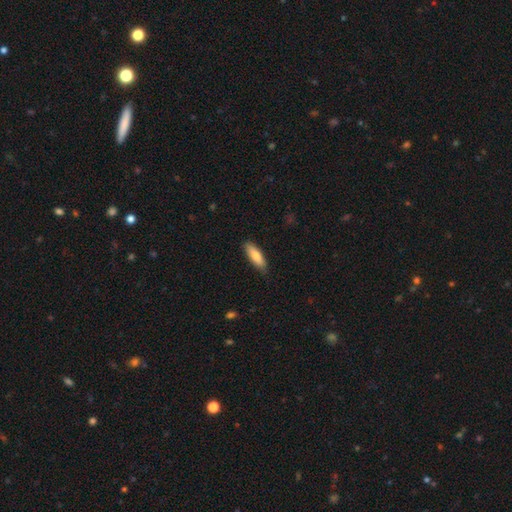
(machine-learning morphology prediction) Smooth or featured: smooth — 77% (featured or disk — 17%)
How rounded: cigar-shaped — 52% (in between — 46%)
Merging: none — 85% (minor disturbance — 12%)